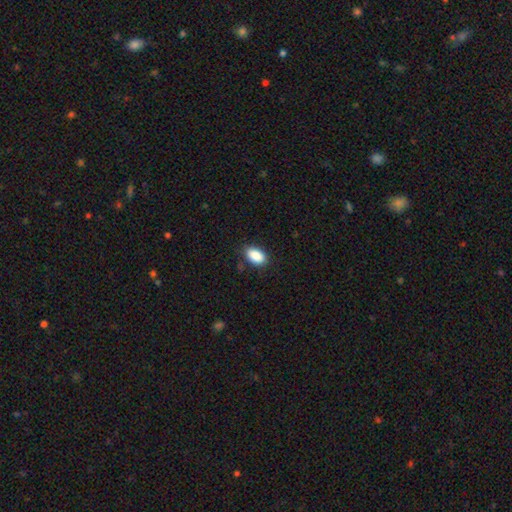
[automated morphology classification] smooth-or-featured: smooth: 89% | star or artifact: 8% | featured or disk: 3%
  how-rounded: in between: 92% | round: 6% | cigar-shaped: 2%
  merging: none: 82% | minor disturbance: 14% | major disturbance: 3% | merger: 1%